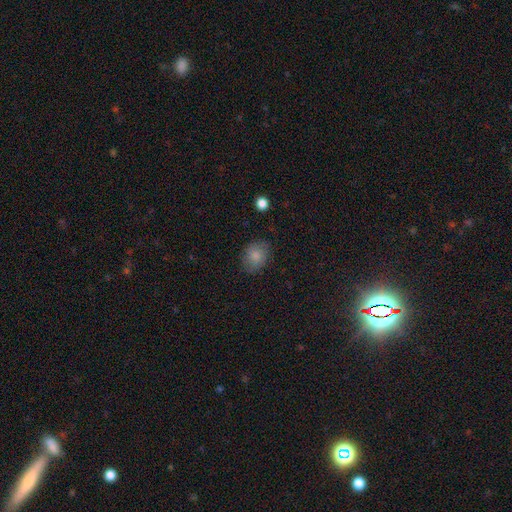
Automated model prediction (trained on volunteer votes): This is clearly a smooth galaxy (82%). How rounded: possibly in between (54%). Merging: likely none (76%).